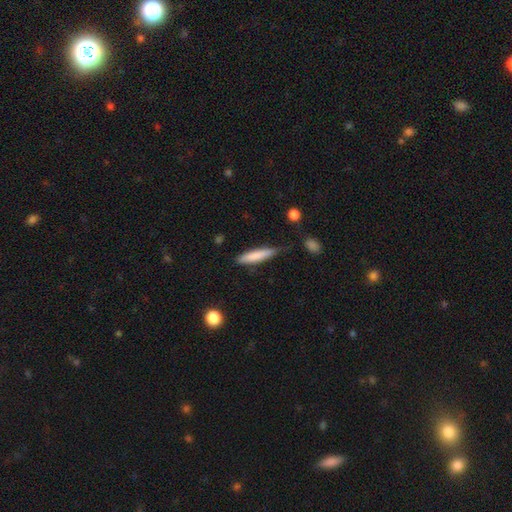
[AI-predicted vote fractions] smooth 80%, featured or disk 14%, star or artifact 6%. Down the decision tree: how rounded — cigar-shaped (85%); merging — none (69%).